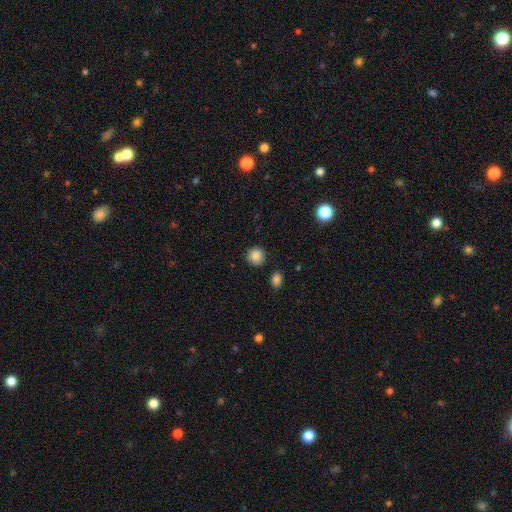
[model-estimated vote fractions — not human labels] smooth 86%, star or artifact 9%, featured or disk 6%. Down the decision tree: how rounded — round (93%); merging — none (90%).